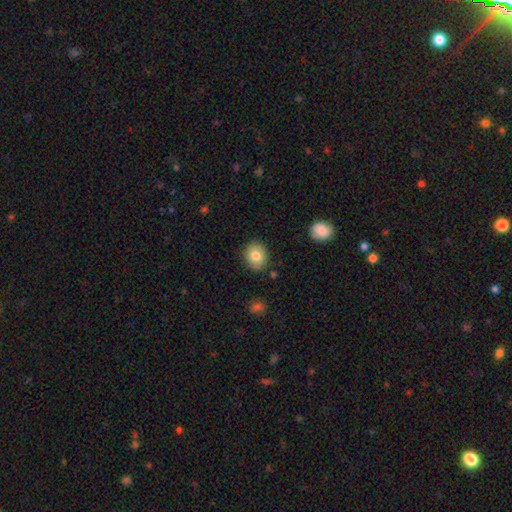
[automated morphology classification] Q: Smooth or featured?
A: smooth (80%); runner-up: featured or disk (11%)
Q: How rounded?
A: round (78%); runner-up: in between (21%)
Q: Merging?
A: none (87%); runner-up: minor disturbance (9%)